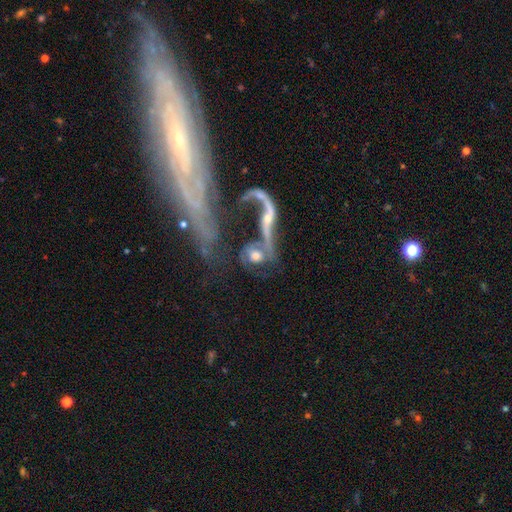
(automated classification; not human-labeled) This is possibly a featured or disk galaxy (54%). It is clearly not viewed edge-on (87%). Merging: possibly merger (52%).